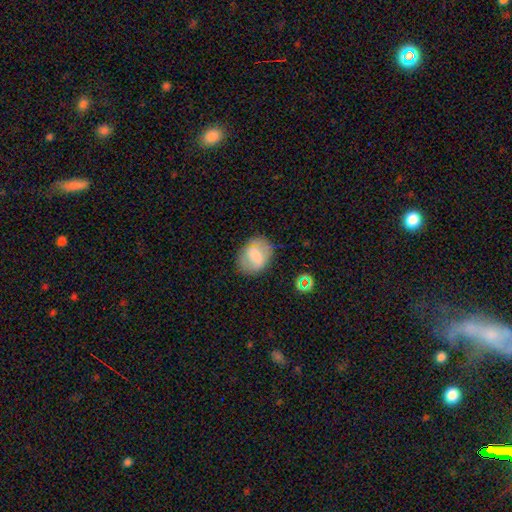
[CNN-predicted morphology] Smooth or featured?
  - smooth: 65% *
  - featured or disk: 26%
  - star or artifact: 9%
How rounded?
  - in between: 56% *
  - round: 43%
  - cigar-shaped: 1%
Merging?
  - none: 69% *
  - minor disturbance: 21%
  - major disturbance: 8%
  - merger: 2%